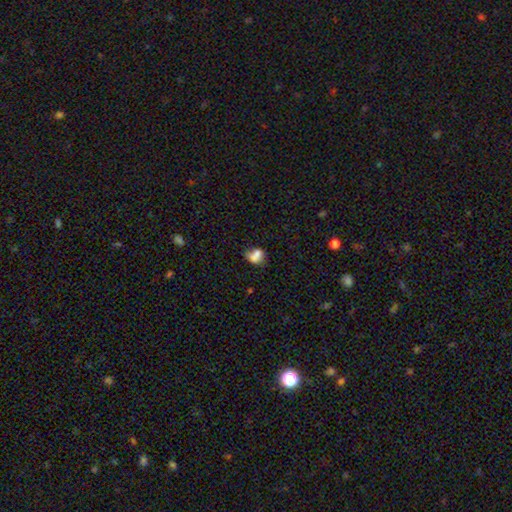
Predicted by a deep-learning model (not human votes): The model was most divided on "merging": merger: 34%, none: 31%, minor disturbance: 21%, major disturbance: 13%. More confident: smooth or featured — smooth (71%); how rounded — in between (61%).